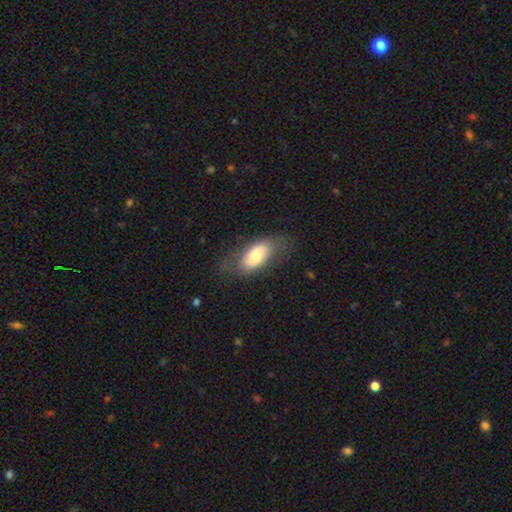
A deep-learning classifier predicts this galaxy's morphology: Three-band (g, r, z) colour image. It shows a smooth galaxy with no disk features (66%) that is in between round and cigar-shaped (89%). Merging: none (68%).